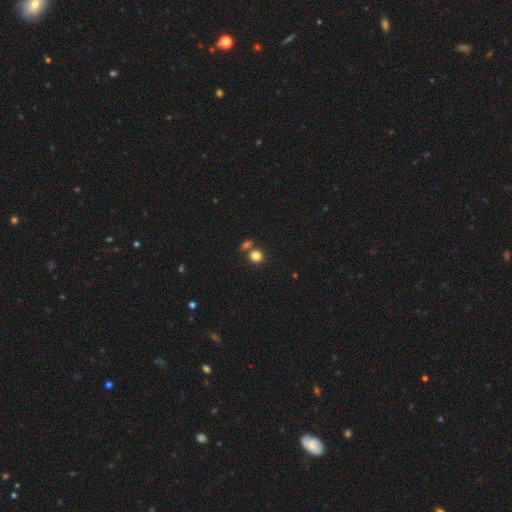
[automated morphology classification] A smooth galaxy with no disk features (82%) that is round (84%). Merging: none (65%).